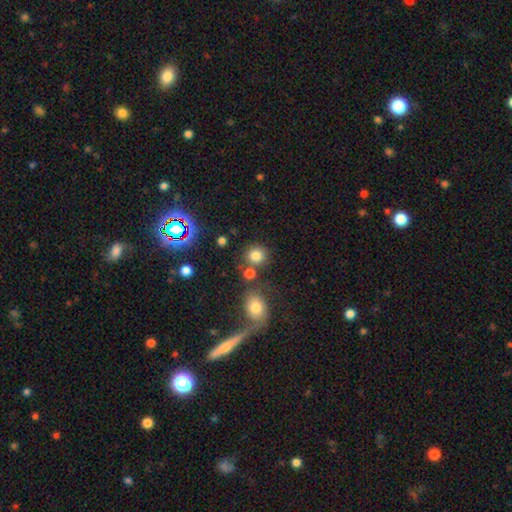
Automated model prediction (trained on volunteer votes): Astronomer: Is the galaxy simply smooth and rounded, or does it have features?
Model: smooth — 79%.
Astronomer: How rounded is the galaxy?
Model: round — 82%.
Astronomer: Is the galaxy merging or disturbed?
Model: none — 71%.